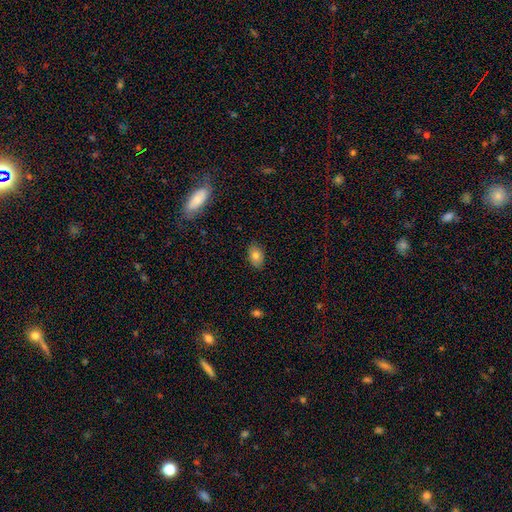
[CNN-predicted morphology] Smooth or featured: smooth — 79% (featured or disk — 12%)
How rounded: in between — 83% (round — 16%)
Merging: none — 85% (minor disturbance — 12%)